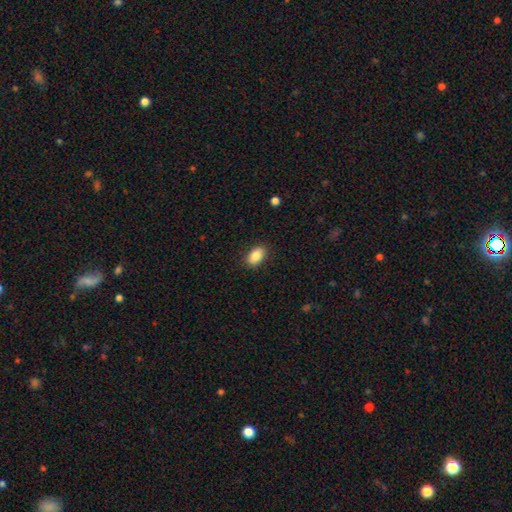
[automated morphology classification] Smooth or featured?
  - smooth: 86% *
  - star or artifact: 8%
  - featured or disk: 6%
How rounded?
  - in between: 89% *
  - round: 9%
  - cigar-shaped: 2%
Merging?
  - none: 88% *
  - minor disturbance: 9%
  - major disturbance: 2%
  - merger: 1%